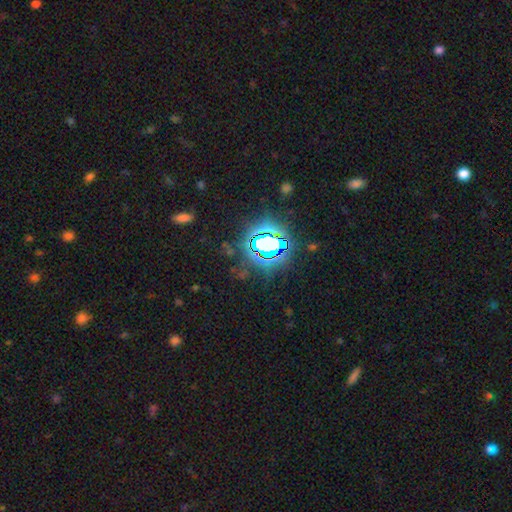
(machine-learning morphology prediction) Q: Smooth or featured?
A: star or artifact (81%); runner-up: smooth (12%)